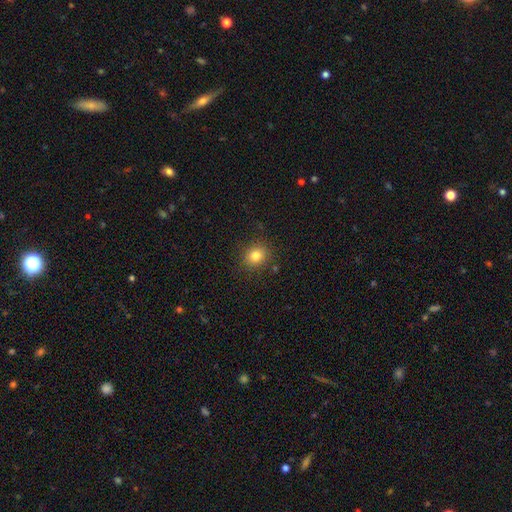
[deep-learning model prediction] A smooth galaxy with no disk features (82%) that is round (71%).

Vote fractions:
- Smooth or featured? smooth: 82% / star or artifact: 12% / featured or disk: 6%
- How rounded? round: 71% / in between: 28% / cigar-shaped: 1%
- Merging? none: 87% / minor disturbance: 8% / major disturbance: 3% / merger: 2%